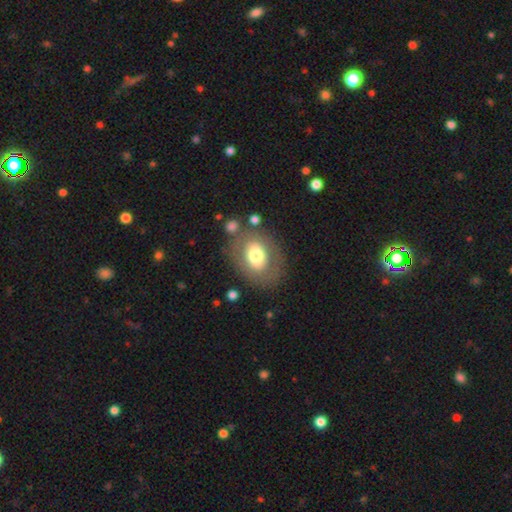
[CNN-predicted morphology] A smooth galaxy with no disk features (60%) that is in between round and cigar-shaped (65%).

Vote fractions:
- Smooth or featured? smooth: 60% / featured or disk: 32% / star or artifact: 8%
- How rounded? in between: 65% / round: 33% / cigar-shaped: 1%
- Merging? none: 74% / minor disturbance: 14% / major disturbance: 8% / merger: 5%